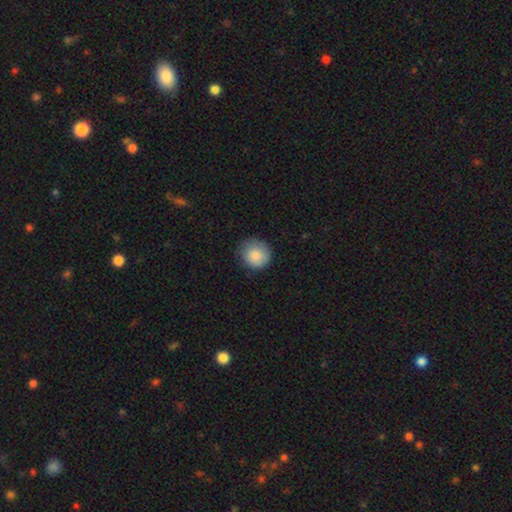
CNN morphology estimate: smooth 85%, featured or disk 8%, star or artifact 7%. Down the decision tree: how rounded — round (89%); merging — none (75%).